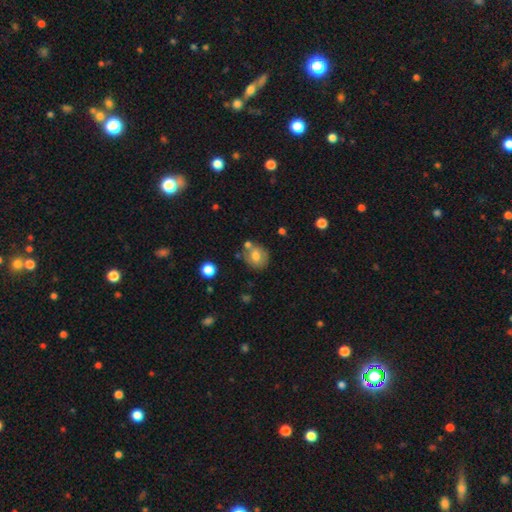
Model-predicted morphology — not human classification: Overall: smooth (71%). How rounded: round (73%). Merging: none (62%).